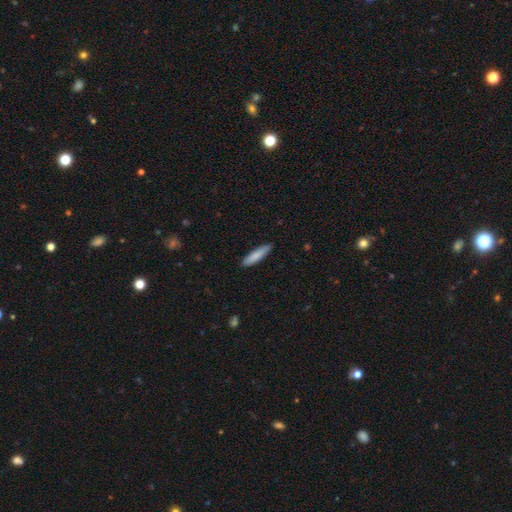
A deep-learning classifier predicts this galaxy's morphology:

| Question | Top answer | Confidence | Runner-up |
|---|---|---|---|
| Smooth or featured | smooth | 85% | featured or disk (10%) |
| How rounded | cigar-shaped | 79% | in between (20%) |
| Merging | none | 88% | minor disturbance (10%) |